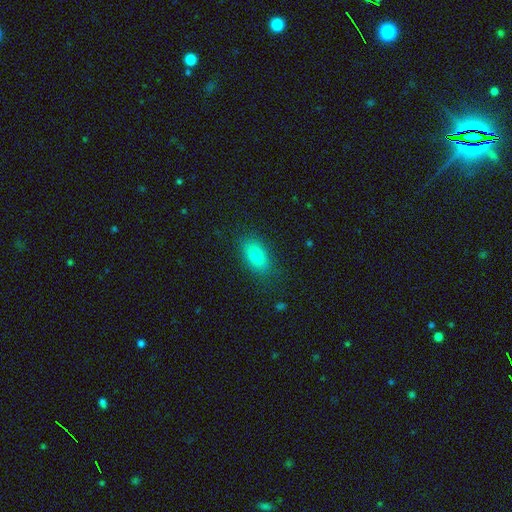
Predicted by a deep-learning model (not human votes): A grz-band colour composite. It shows a smooth galaxy with no disk features (84%) that is in between round and cigar-shaped (85%). Merging: none (83%).